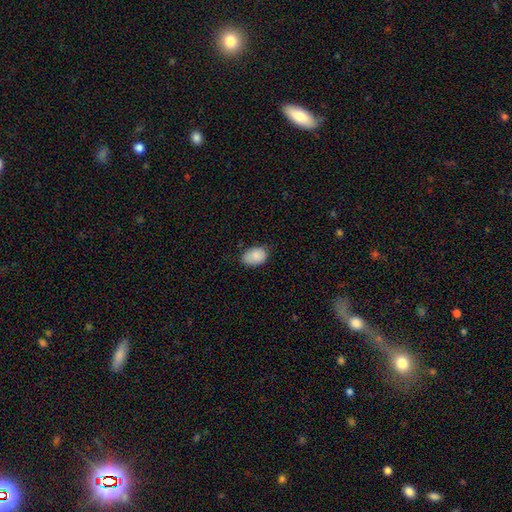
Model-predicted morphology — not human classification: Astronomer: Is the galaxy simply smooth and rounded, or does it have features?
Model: smooth — 87%.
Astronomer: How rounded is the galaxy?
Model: in between — 85%.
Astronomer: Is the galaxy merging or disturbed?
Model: none — 71%.